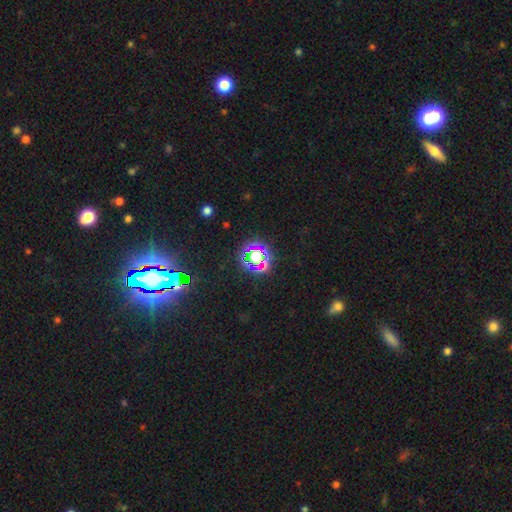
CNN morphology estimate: Overall: star or artifact (65%).